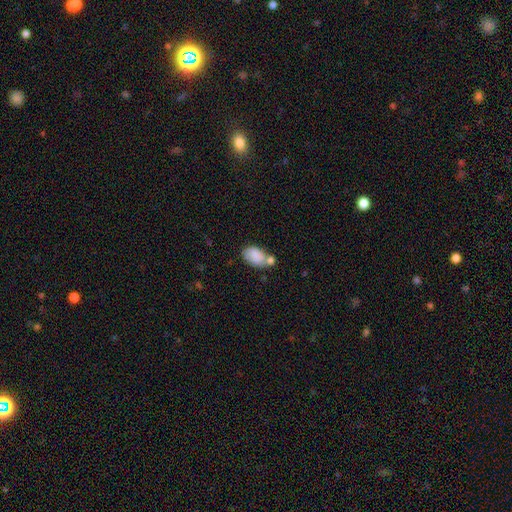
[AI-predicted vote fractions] Overall: smooth (82%). How rounded: in between (89%). Merging: none (42%; merger 34%).